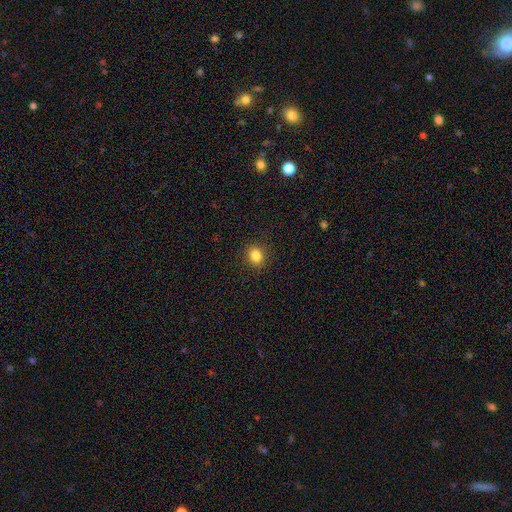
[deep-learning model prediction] This is clearly a smooth galaxy (84%). How rounded: possibly round (52%). Merging: clearly none (89%).